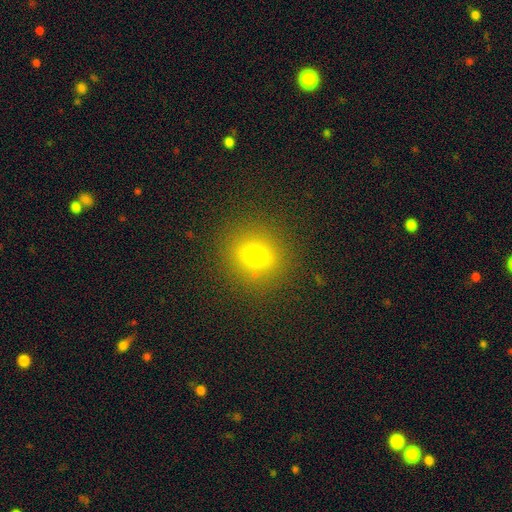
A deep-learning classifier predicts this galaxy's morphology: This appears to be a smooth galaxy with no disk features (62%) that is round (75%). Merging: none (87%).